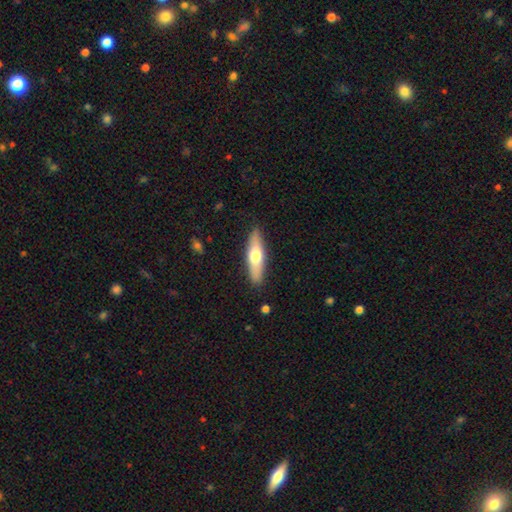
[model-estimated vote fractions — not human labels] A smooth galaxy with no disk features (57%) that is cigar-shaped (64%).

Vote fractions:
- Smooth or featured? smooth: 57% / featured or disk: 38% / star or artifact: 5%
- How rounded? cigar-shaped: 64% / in between: 34% / round: 2%
- Merging? none: 88% / minor disturbance: 9% / major disturbance: 2% / merger: 1%